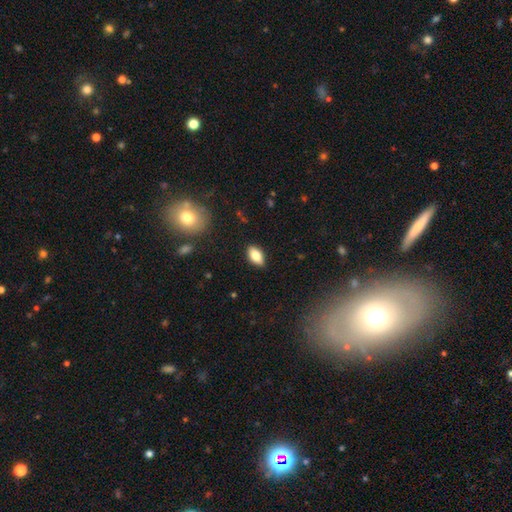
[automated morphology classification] The model was most divided on "smooth or featured": smooth: 78%, featured or disk: 14%, star or artifact: 8%. More confident: how rounded — in between (90%); merging — none (87%).